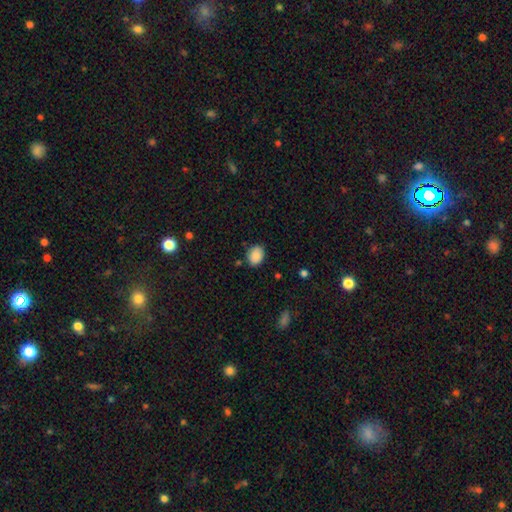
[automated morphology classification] A smooth galaxy with no disk features (88%) that is in between round and cigar-shaped (63%). Merging: none (80%).